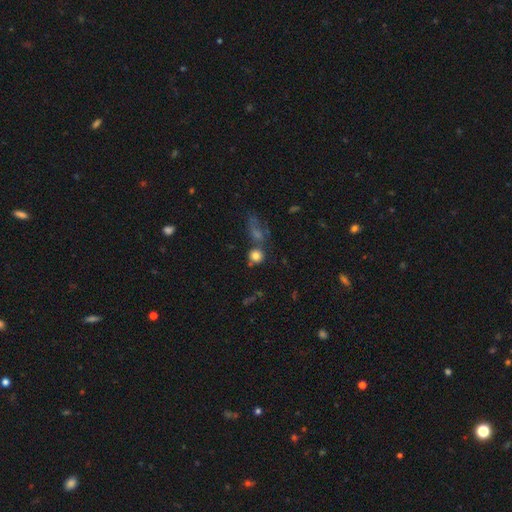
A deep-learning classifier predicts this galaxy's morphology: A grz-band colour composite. It shows a smooth galaxy with no disk features (79%) that is round (87%). Merging: none (62%).